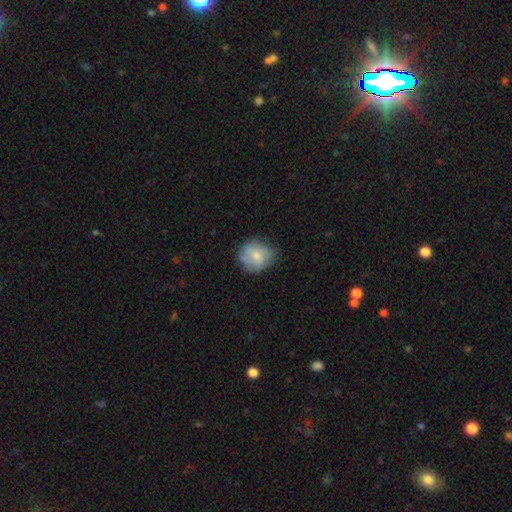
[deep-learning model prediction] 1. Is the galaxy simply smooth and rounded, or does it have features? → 70% smooth, 22% featured or disk, 7% star or artifact.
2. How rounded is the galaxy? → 76% round, 23% in between, 1% cigar-shaped.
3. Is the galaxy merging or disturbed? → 69% none, 22% minor disturbance, 7% major disturbance, 2% merger.